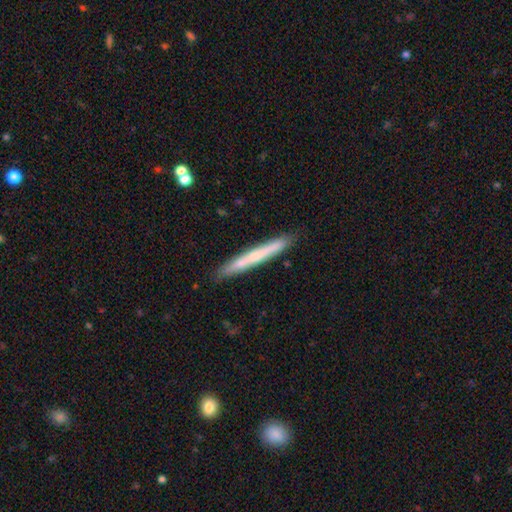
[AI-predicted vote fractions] smooth-or-featured: smooth: 56% | featured or disk: 38% | star or artifact: 6%
  how-rounded: cigar-shaped: 97% | in between: 2% | round: 1%
  merging: none: 87% | minor disturbance: 9% | merger: 2% | major disturbance: 2%